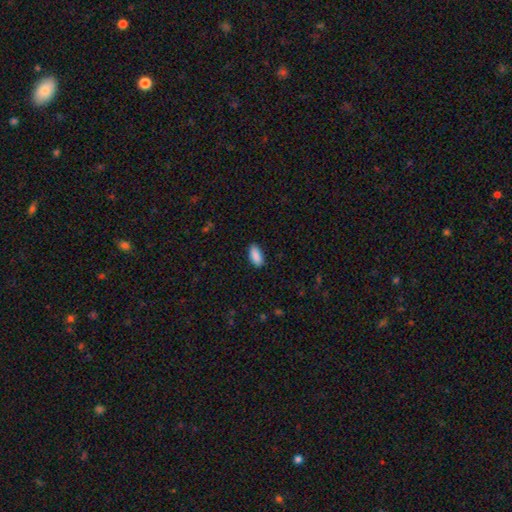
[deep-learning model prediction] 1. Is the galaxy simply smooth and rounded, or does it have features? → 90% smooth, 7% star or artifact, 3% featured or disk.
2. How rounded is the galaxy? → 88% in between, 10% cigar-shaped, 2% round.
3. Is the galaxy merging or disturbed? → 87% none, 10% minor disturbance, 2% major disturbance, 1% merger.